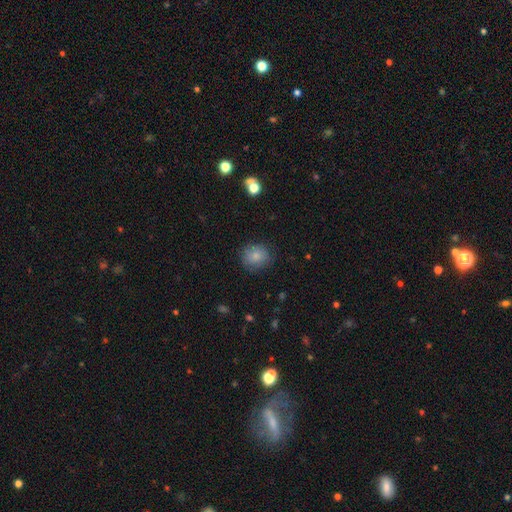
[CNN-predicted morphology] smooth 82%, featured or disk 9%, star or artifact 9%. Down the decision tree: how rounded — round (78%); merging — none (77%).